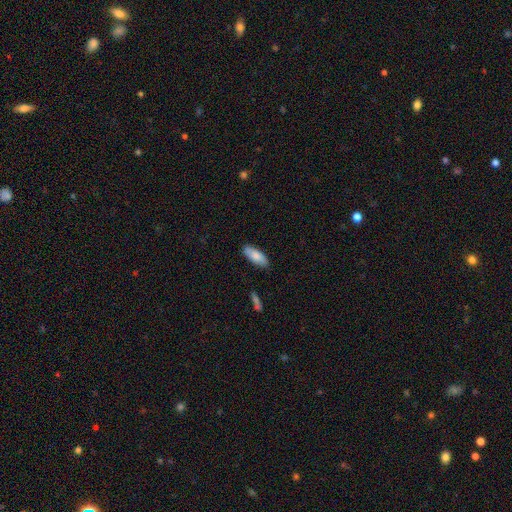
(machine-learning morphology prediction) smooth_or_featured: smooth (p=0.82) [alt: featured or disk p=0.12]
how_rounded: in between (p=0.78) [alt: cigar-shaped p=0.21]
merging: none (p=0.86) [alt: minor disturbance p=0.11]